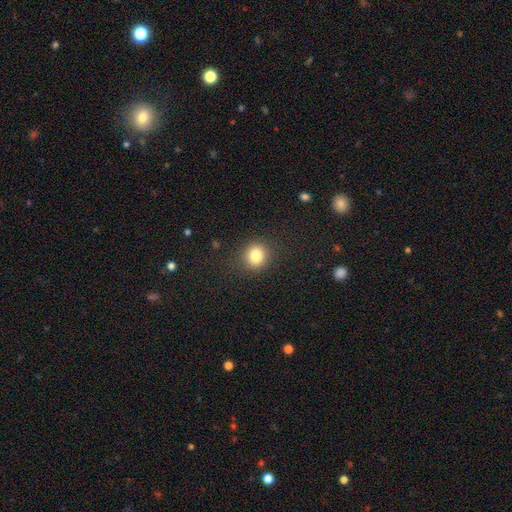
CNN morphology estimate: This appears to be a smooth galaxy with no disk features (82%) that is round (83%). Merging: none (88%).